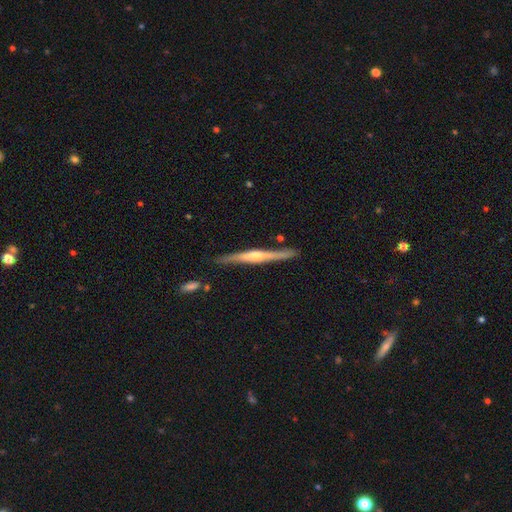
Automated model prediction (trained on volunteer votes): Smooth or featured?
  - featured or disk: 72% *
  - smooth: 22%
  - star or artifact: 5%
Edge-on disk?
  - yes: 97% *
  - no: 3%
Edge-on bulge?
  - rounded: 77% *
  - none: 13%
  - boxy: 10%
Merging?
  - none: 85% *
  - minor disturbance: 10%
  - merger: 3%
  - major disturbance: 2%